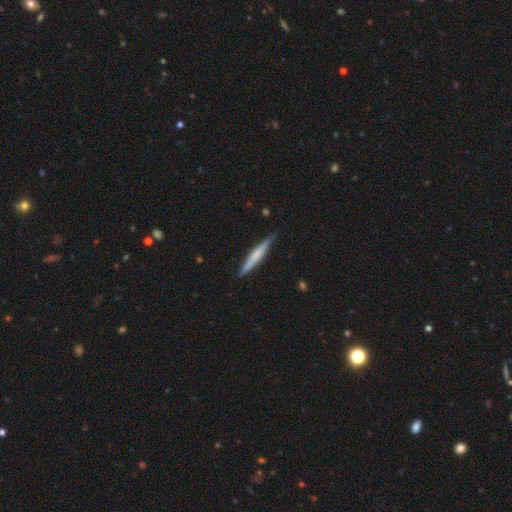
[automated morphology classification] A featured or disk galaxy (49%).

Vote fractions:
- Smooth or featured? featured or disk: 49% / smooth: 46% / star or artifact: 5%
- Merging? none: 87% / minor disturbance: 10% / major disturbance: 2% / merger: 1%